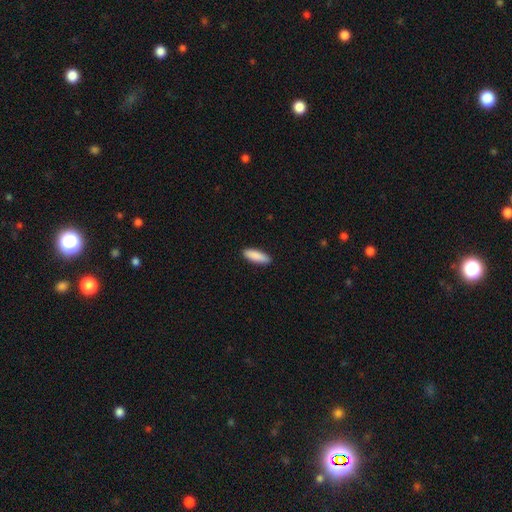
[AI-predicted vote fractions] A smooth galaxy with no disk features (90%) that is in between round and cigar-shaped (54%).

Vote fractions:
- Smooth or featured? smooth: 90% / star or artifact: 6% / featured or disk: 4%
- How rounded? in between: 54% / cigar-shaped: 44% / round: 2%
- Merging? none: 90% / minor disturbance: 8% / major disturbance: 2% / merger: 1%